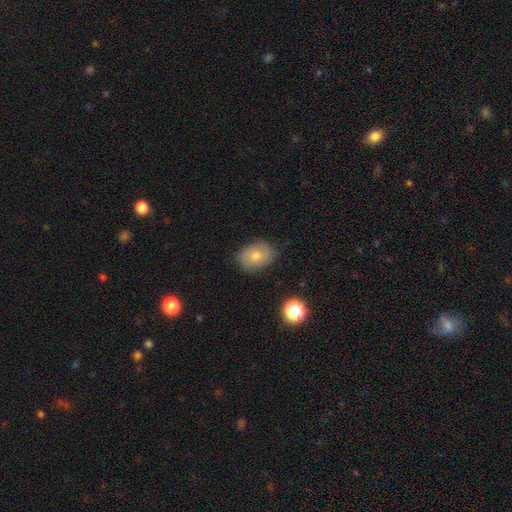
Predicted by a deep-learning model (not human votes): A smooth galaxy with no disk features (69%) that is in between round and cigar-shaped (74%).

Vote fractions:
- Smooth or featured? smooth: 69% / featured or disk: 20% / star or artifact: 11%
- How rounded? in between: 74% / round: 24% / cigar-shaped: 1%
- Merging? none: 83% / minor disturbance: 13% / major disturbance: 3% / merger: 1%